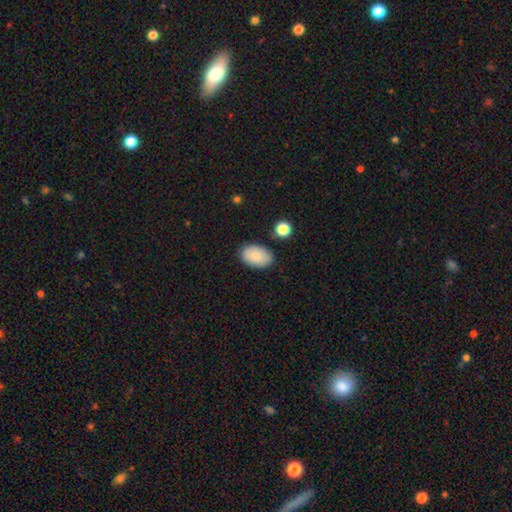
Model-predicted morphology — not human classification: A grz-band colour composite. It shows a smooth galaxy with no disk features (84%) that is in between round and cigar-shaped (91%). Merging: none (83%).